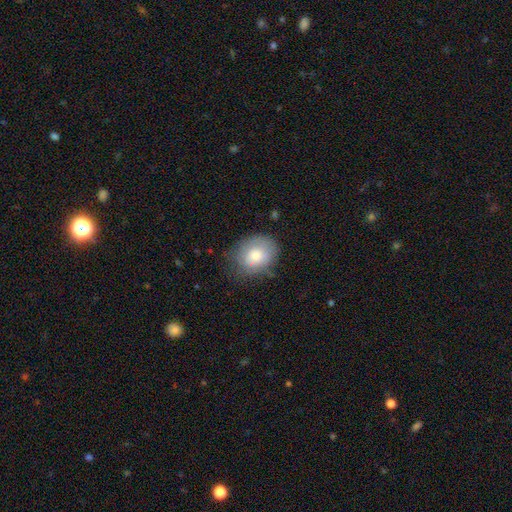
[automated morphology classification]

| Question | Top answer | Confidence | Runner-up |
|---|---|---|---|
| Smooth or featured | smooth | 74% | featured or disk (18%) |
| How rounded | round | 57% | in between (42%) |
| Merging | none | 65% | minor disturbance (25%) |